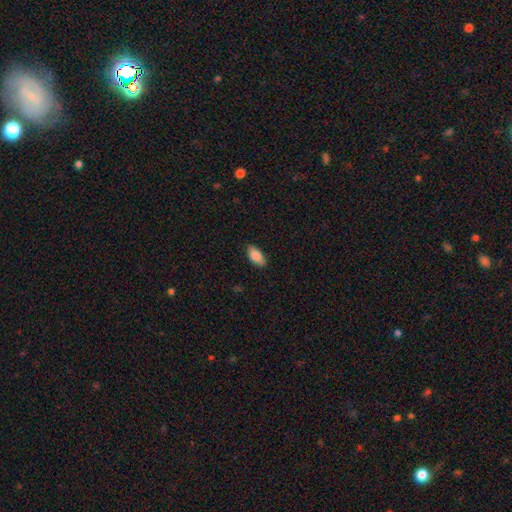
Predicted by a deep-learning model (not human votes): A smooth galaxy with no disk features (85%) that is in between round and cigar-shaped (90%).

Vote fractions:
- Smooth or featured? smooth: 85% / featured or disk: 8% / star or artifact: 6%
- How rounded? in between: 90% / cigar-shaped: 8% / round: 2%
- Merging? none: 86% / minor disturbance: 10% / major disturbance: 2% / merger: 1%